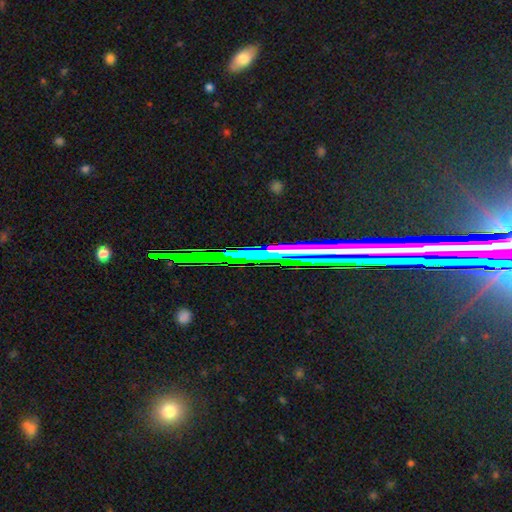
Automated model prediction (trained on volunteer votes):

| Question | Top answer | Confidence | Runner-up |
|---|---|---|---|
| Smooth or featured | star or artifact | 68% | featured or disk (20%) |